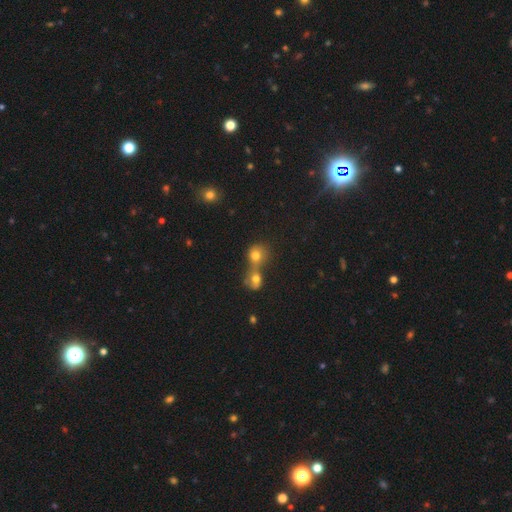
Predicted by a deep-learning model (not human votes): Overall: smooth (75%). How rounded: round (79%). Merging: merger (64%; none 26%).